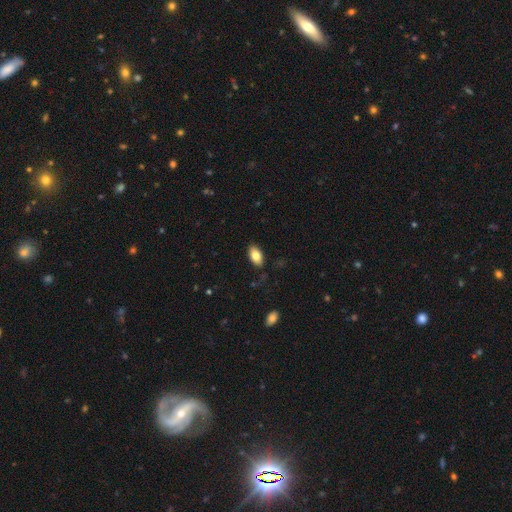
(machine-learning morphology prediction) This appears to be a smooth galaxy with no disk features (82%) that is in between round and cigar-shaped (93%). Merging: none (86%).